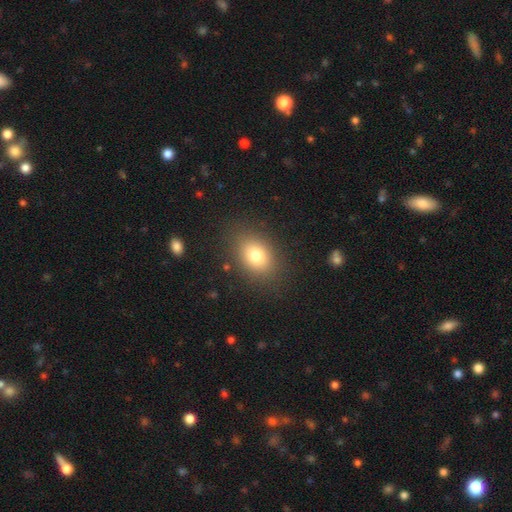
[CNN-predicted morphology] Smooth or featured?
  - smooth: 78% *
  - star or artifact: 11%
  - featured or disk: 10%
How rounded?
  - in between: 67% *
  - round: 32%
  - cigar-shaped: 1%
Merging?
  - none: 84% *
  - minor disturbance: 10%
  - major disturbance: 4%
  - merger: 1%